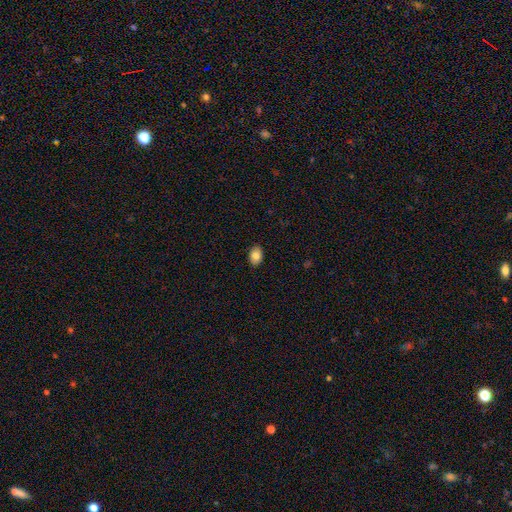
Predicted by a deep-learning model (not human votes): Morphology: type=smooth (83%); roundness=in between (83%); merging=none (88%).